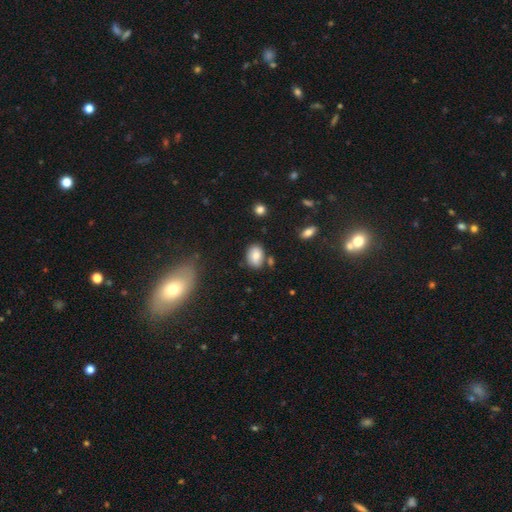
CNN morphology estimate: A smooth galaxy with no disk features (79%) that is in between round and cigar-shaped (75%).

Vote fractions:
- Smooth or featured? smooth: 79% / featured or disk: 12% / star or artifact: 9%
- How rounded? in between: 75% / round: 24% / cigar-shaped: 1%
- Merging? none: 75% / minor disturbance: 14% / merger: 7% / major disturbance: 3%